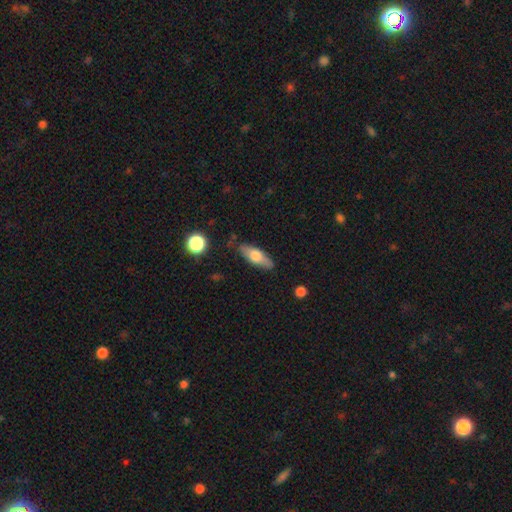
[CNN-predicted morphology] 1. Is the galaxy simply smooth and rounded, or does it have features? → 62% smooth, 31% featured or disk, 6% star or artifact.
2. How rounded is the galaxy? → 63% in between, 34% cigar-shaped, 3% round.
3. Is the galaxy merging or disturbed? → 81% none, 14% minor disturbance, 3% major disturbance, 2% merger.